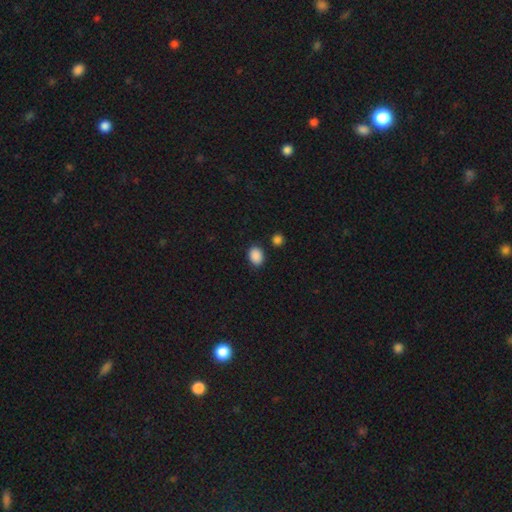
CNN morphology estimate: type=smooth (89%); roundness=in between (66%); merging=none (84%).